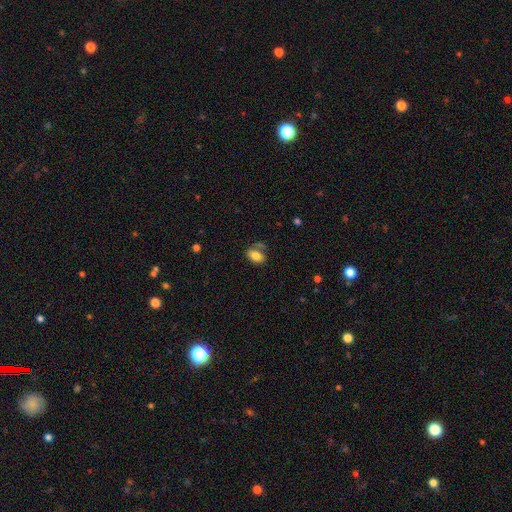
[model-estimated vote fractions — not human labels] Q: Smooth or featured?
A: smooth (78%); runner-up: featured or disk (13%)
Q: How rounded?
A: in between (89%); runner-up: round (9%)
Q: Merging?
A: none (55%); runner-up: minor disturbance (19%)